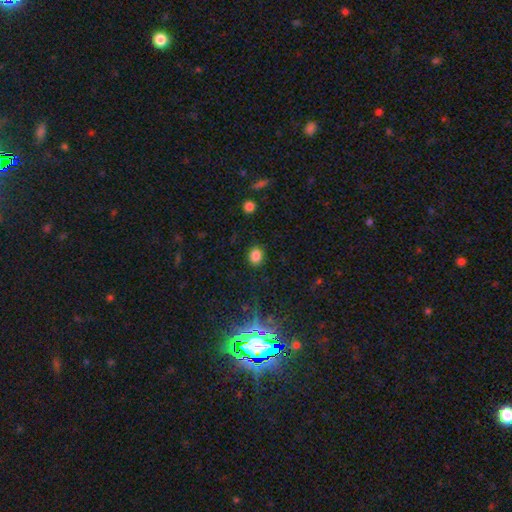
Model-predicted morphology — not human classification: The model was most divided on "how rounded": in between: 52%, round: 47%, cigar-shaped: 1%. More confident: merging — none (85%); smooth or featured — smooth (83%).